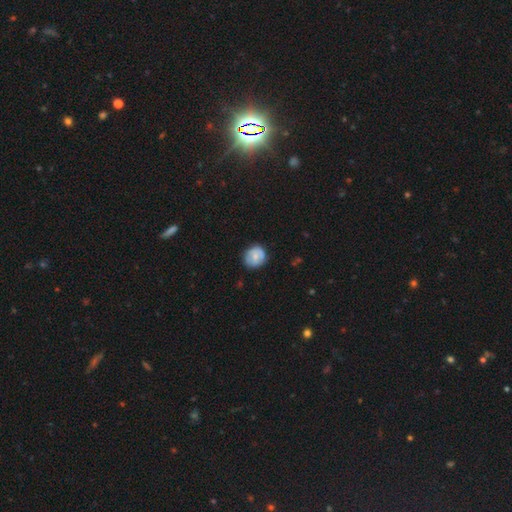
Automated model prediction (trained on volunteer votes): Q: Smooth or featured?
A: smooth (60%); runner-up: featured or disk (33%)
Q: How rounded?
A: round (80%); runner-up: in between (19%)
Q: Merging?
A: none (75%); runner-up: minor disturbance (19%)